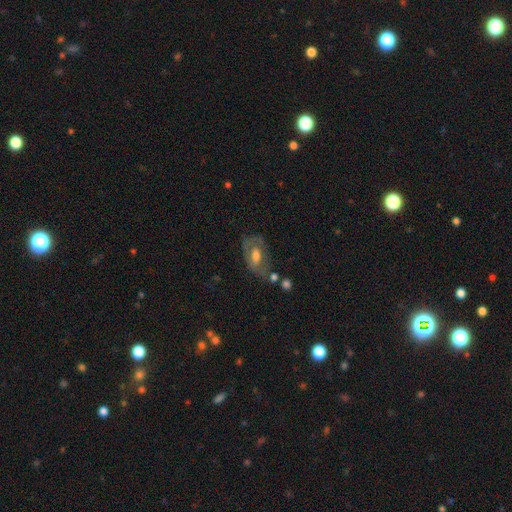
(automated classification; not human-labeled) The model was most divided on "spiral arms": no: 55%, yes: 45%. More confident: edge-on disk — no (90%); merging — none (60%); smooth or featured — featured or disk (59%); bulge size — moderate (57%); bar — no (51%).